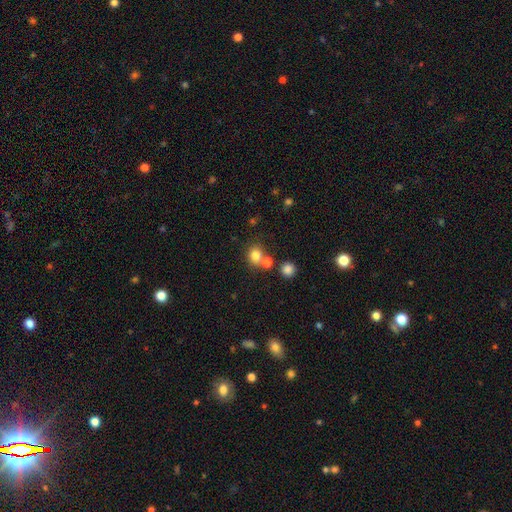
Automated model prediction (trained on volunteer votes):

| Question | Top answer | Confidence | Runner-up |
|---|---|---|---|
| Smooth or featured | smooth | 79% | star or artifact (14%) |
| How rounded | round | 76% | in between (23%) |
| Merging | none | 62% | merger (26%) |